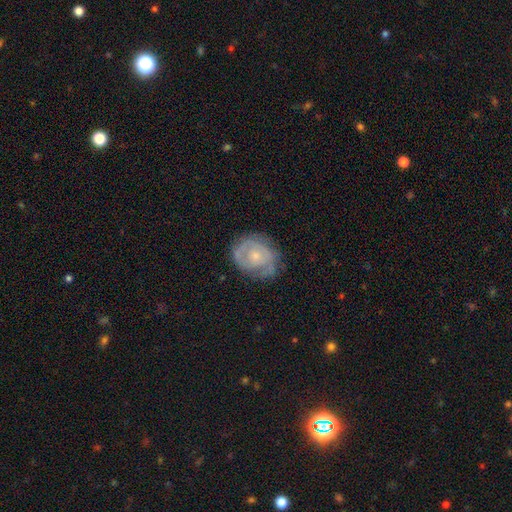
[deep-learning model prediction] Smooth or featured? Predicted: featured or disk (p=0.68). Edge-on disk? Predicted: no (p=0.97). Bar? Predicted: no (p=0.79). Spiral arms? Predicted: yes (p=0.76). Spiral winding? Predicted: tight (p=0.60). Spiral arm count? Predicted: 2 (p=0.40). Bulge size? Predicted: small (p=0.60). Merging? Predicted: none (p=0.67).